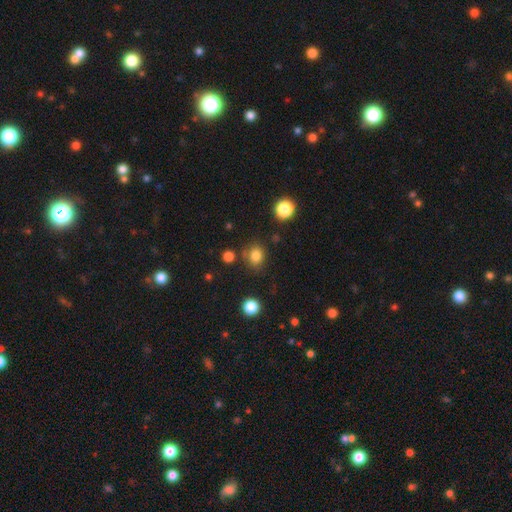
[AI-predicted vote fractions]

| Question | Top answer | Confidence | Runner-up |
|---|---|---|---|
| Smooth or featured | smooth | 82% | star or artifact (13%) |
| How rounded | round | 70% | in between (29%) |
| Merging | none | 77% | minor disturbance (13%) |